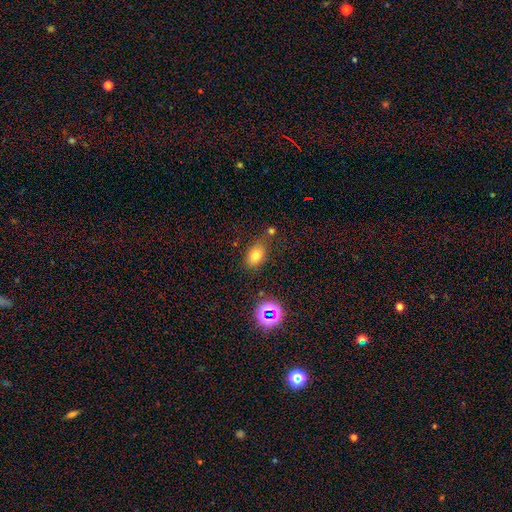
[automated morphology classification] A smooth galaxy with no disk features (76%) that is in between round and cigar-shaped (78%). Merging: none (72%).